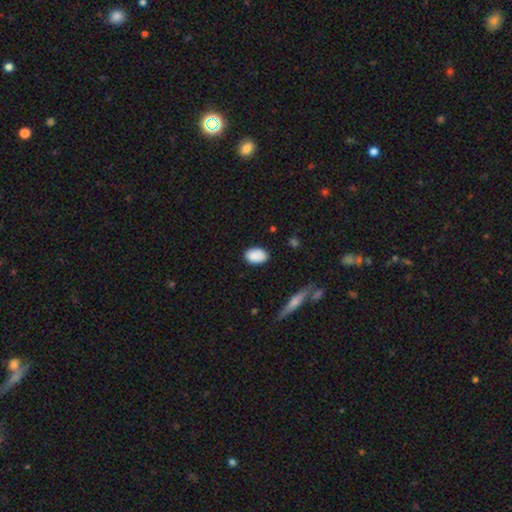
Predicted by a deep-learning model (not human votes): Morphology: type=smooth (87%); roundness=in between (88%); merging=none (78%).